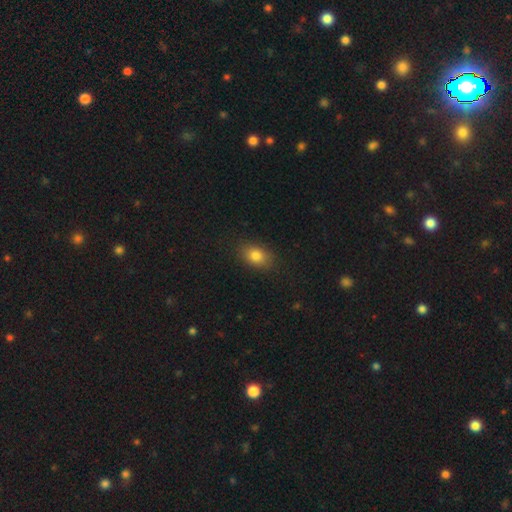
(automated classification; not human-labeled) Q: Smooth or featured?
A: smooth (82%); runner-up: star or artifact (10%)
Q: How rounded?
A: in between (79%); runner-up: round (19%)
Q: Merging?
A: none (85%); runner-up: minor disturbance (11%)